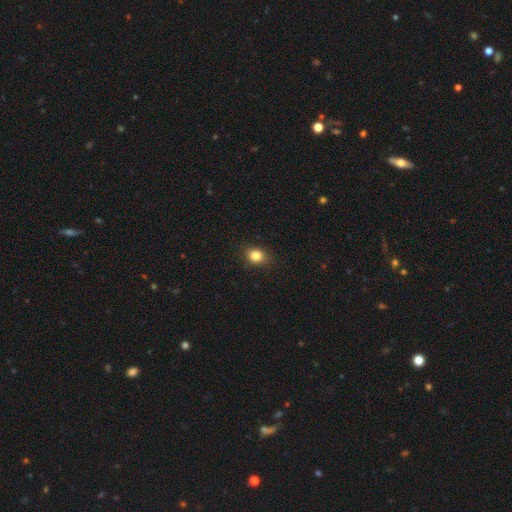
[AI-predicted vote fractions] Smooth or featured: smooth — 84% (star or artifact — 11%)
How rounded: round — 62% (in between — 37%)
Merging: none — 86% (minor disturbance — 10%)